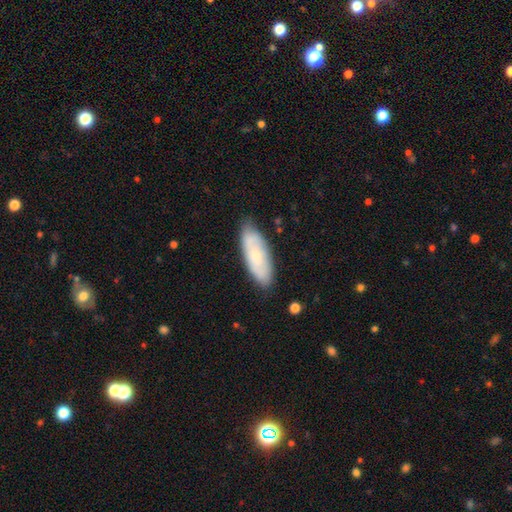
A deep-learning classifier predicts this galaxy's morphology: smooth_or_featured: smooth (p=0.60) [alt: featured or disk p=0.33]
how_rounded: in between (p=0.71) [alt: cigar-shaped p=0.27]
merging: none (p=0.80) [alt: minor disturbance p=0.16]